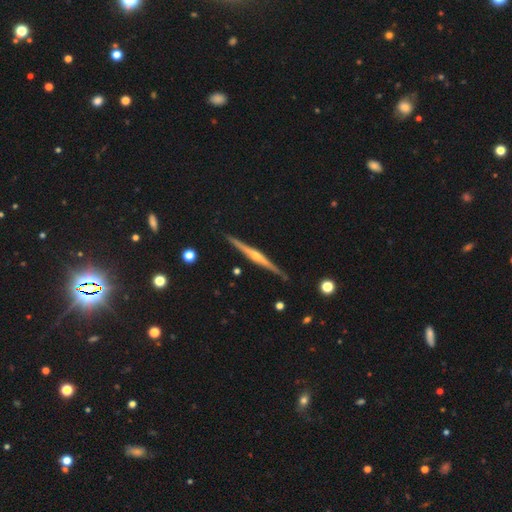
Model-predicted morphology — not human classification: This is clearly a featured or disk galaxy (85%). It is clearly viewed edge-on (98%). Edge-on bulge: clearly rounded (87%). Merging: clearly none (90%).